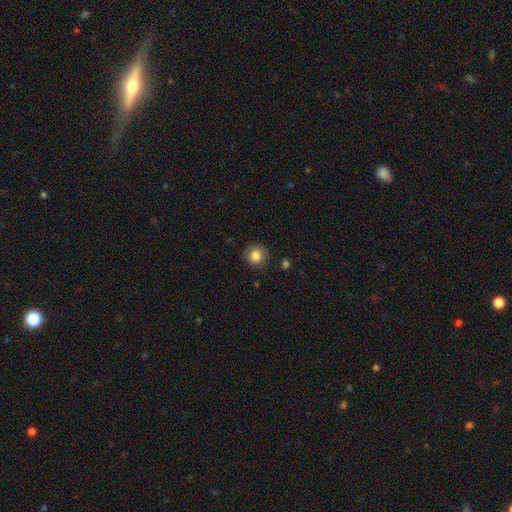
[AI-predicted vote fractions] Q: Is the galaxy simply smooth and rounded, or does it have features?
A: smooth — 84%.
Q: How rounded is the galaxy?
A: round — 92%.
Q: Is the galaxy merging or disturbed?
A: none — 86%.